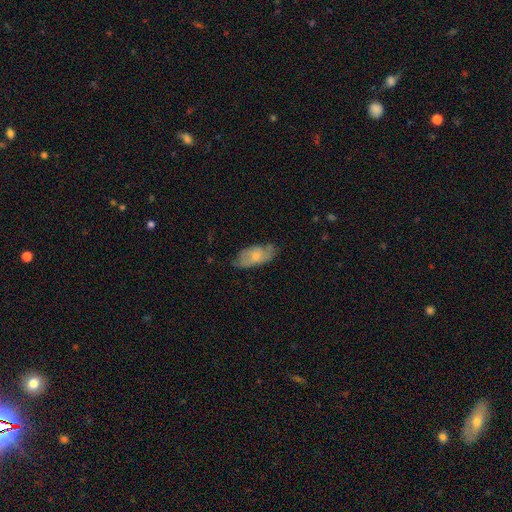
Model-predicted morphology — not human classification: Smooth or featured? smooth (57%)
How rounded? in between (91%)
Merging? none (61%)